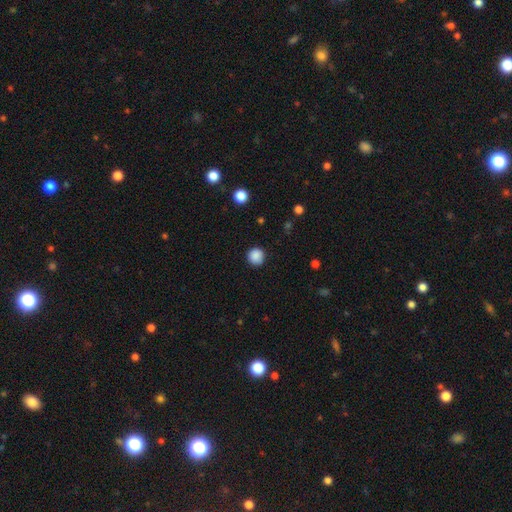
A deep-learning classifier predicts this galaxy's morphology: Smooth or featured? Predicted: smooth (p=0.87). How rounded? Predicted: round (p=0.94). Merging? Predicted: none (p=0.88).